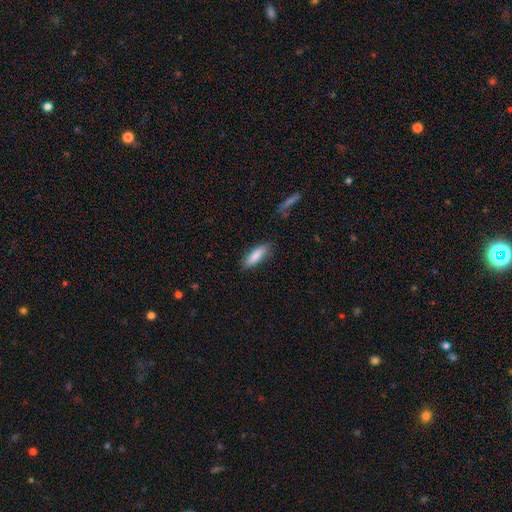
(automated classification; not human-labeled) Smooth or featured: smooth — 86% (featured or disk — 8%)
How rounded: in between — 61% (cigar-shaped — 37%)
Merging: none — 84% (minor disturbance — 12%)